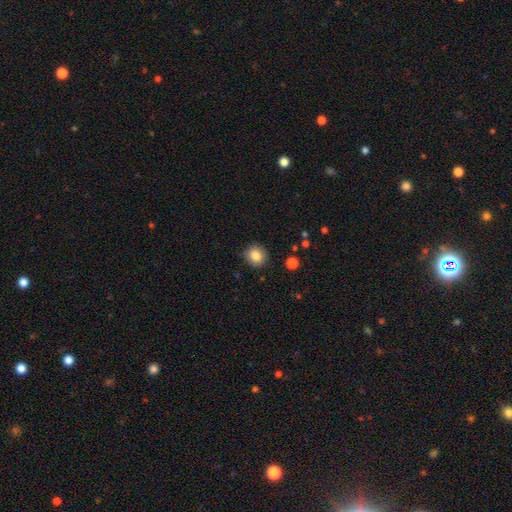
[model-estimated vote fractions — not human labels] Morphology: type=smooth (84%); roundness=round (86%); merging=none (88%).